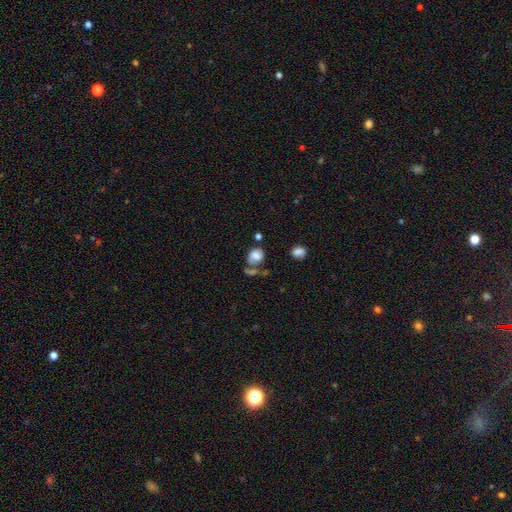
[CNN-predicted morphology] This is likely a smooth galaxy (72%). How rounded: possibly in between (52%). Merging: marginally none (37%).